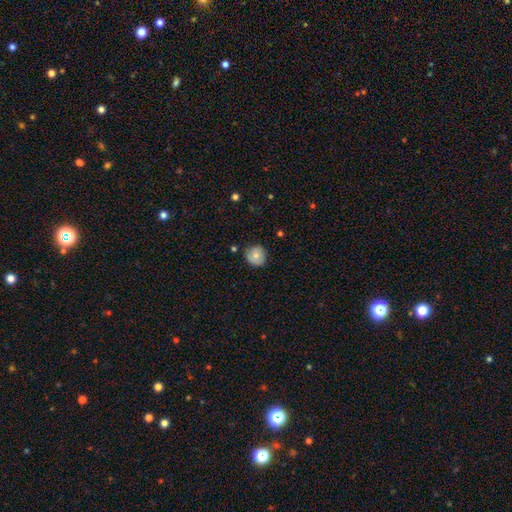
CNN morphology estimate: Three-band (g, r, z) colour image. It shows a smooth galaxy with no disk features (76%) that is round (89%). Merging: none (76%).